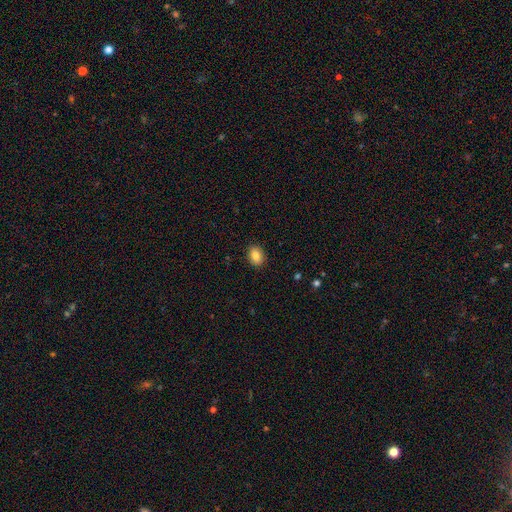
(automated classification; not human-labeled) A smooth galaxy with no disk features (84%) that is in between round and cigar-shaped (67%). Merging: none (90%).